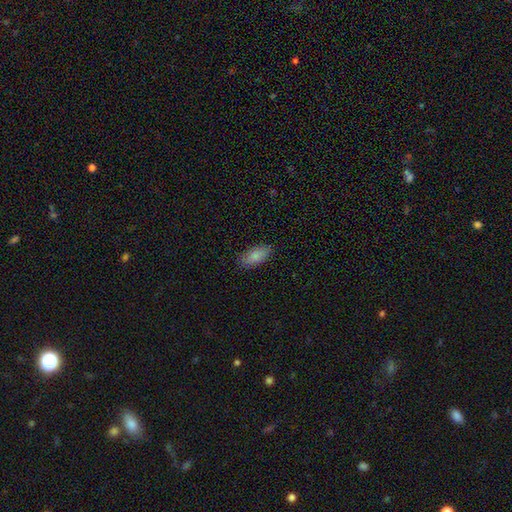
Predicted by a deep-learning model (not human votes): smooth-or-featured: smooth: 87% | featured or disk: 7% | star or artifact: 7%
  how-rounded: in between: 90% | cigar-shaped: 8% | round: 2%
  merging: none: 85% | minor disturbance: 12% | major disturbance: 2% | merger: 1%